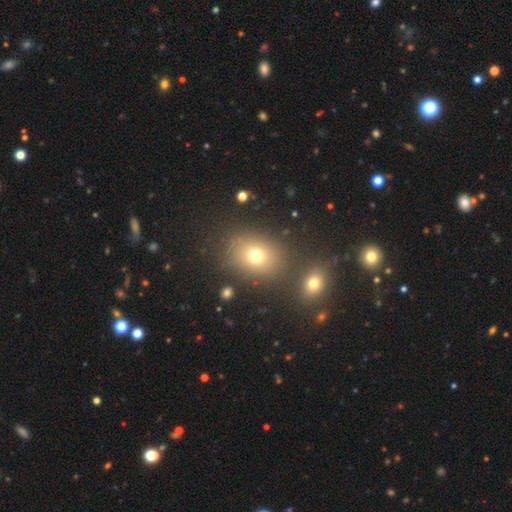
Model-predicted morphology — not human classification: Smooth or featured?
  - smooth: 71% *
  - star or artifact: 17%
  - featured or disk: 12%
How rounded?
  - round: 50% *
  - in between: 49%
  - cigar-shaped: 1%
Merging?
  - none: 76% *
  - minor disturbance: 10%
  - merger: 10%
  - major disturbance: 4%